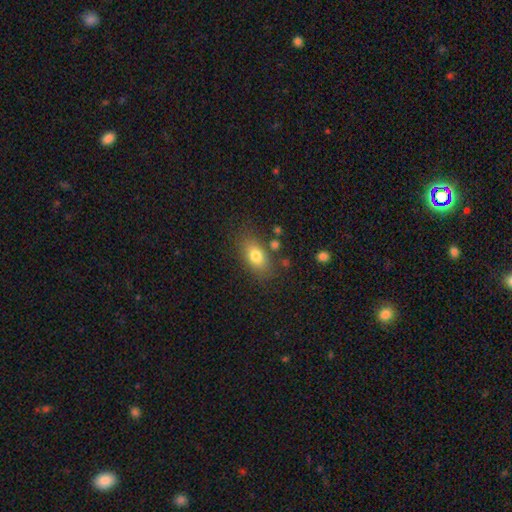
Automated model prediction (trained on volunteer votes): Smooth or featured? smooth (78%)
How rounded? in between (84%)
Merging? none (77%)